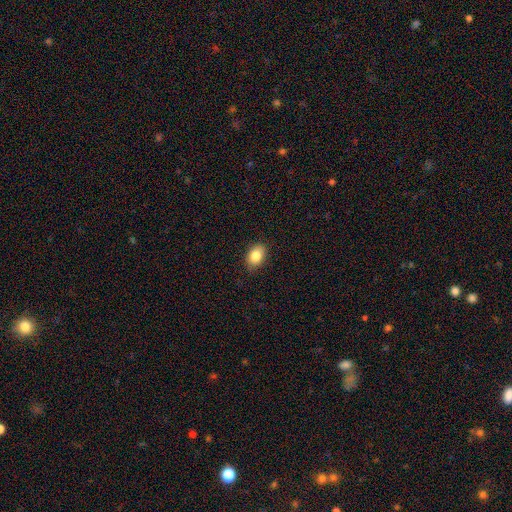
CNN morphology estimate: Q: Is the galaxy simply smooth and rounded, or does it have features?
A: smooth — 85%.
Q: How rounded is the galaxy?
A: in between — 82%.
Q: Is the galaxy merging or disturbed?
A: none — 86%.